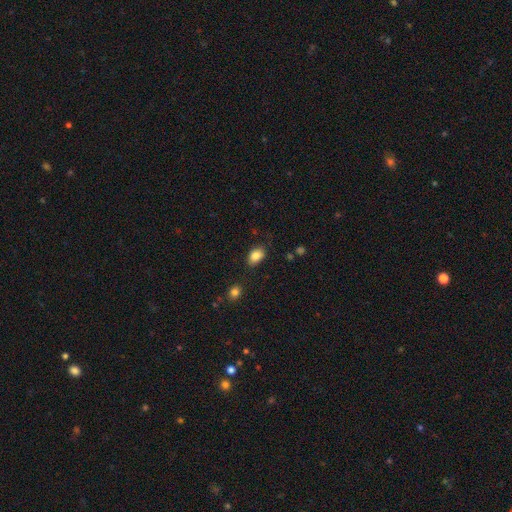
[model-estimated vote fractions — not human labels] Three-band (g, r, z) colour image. It shows a smooth galaxy with no disk features (84%) that is in between round and cigar-shaped (83%). Merging: none (81%).